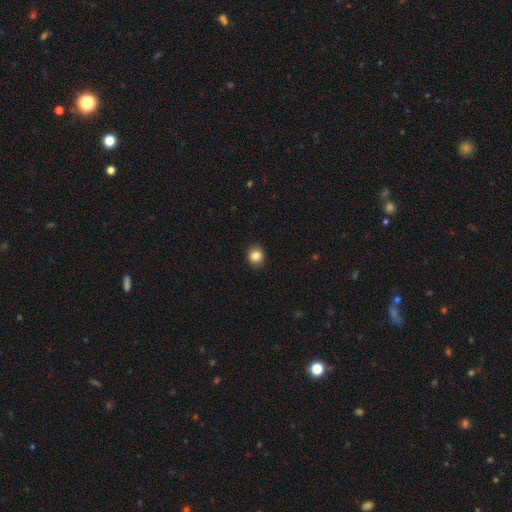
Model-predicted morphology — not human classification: type=smooth (85%); roundness=round (82%); merging=none (91%).